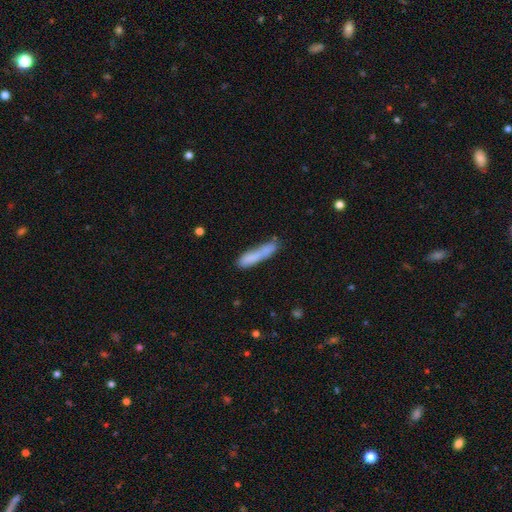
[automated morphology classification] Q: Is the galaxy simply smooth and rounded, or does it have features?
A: smooth — 74%.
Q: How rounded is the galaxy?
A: cigar-shaped — 87%.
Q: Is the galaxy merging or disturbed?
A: none — 61%.